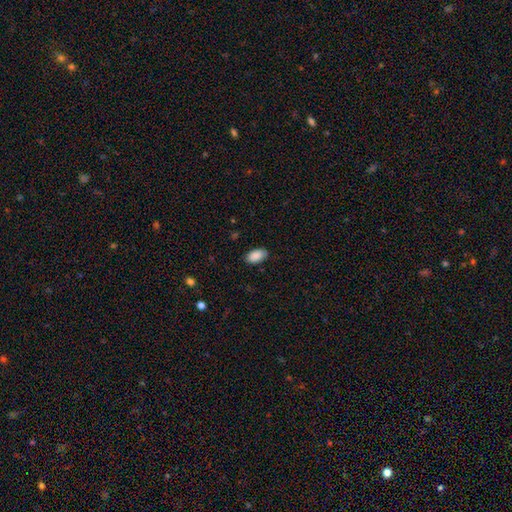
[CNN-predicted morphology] Smooth or featured? Predicted: smooth (p=0.90). How rounded? Predicted: in between (p=0.94). Merging? Predicted: none (p=0.85).